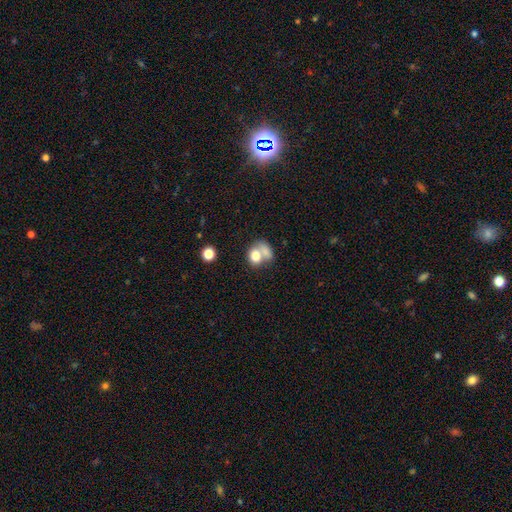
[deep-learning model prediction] Smooth or featured: smooth — 75% (featured or disk — 16%)
How rounded: in between — 55% (round — 44%)
Merging: merger — 58% (none — 25%)